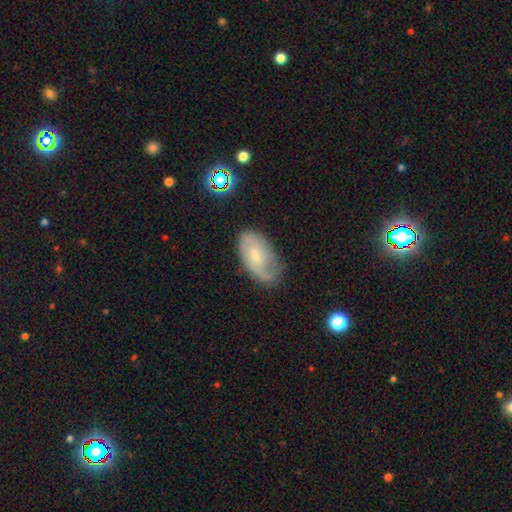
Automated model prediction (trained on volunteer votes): This appears to be a featured or disk galaxy (61%) with no bar (53%), spiral arms (86%) and a small central bulge (66%). Merging: none (59%).